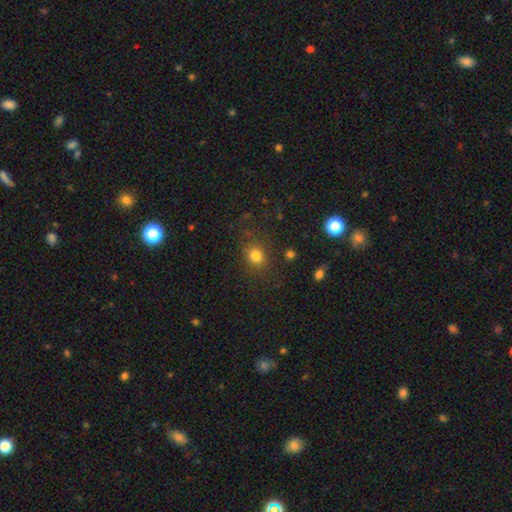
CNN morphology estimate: Overall: smooth (79%). How rounded: round (67%; in between 32%). Merging: none (80%).